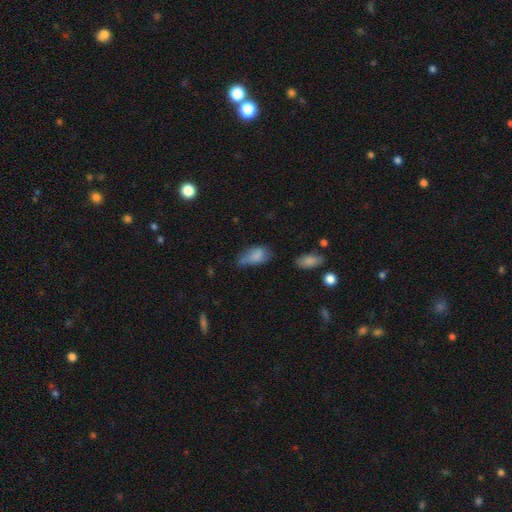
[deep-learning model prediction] Smooth or featured? smooth (78%)
How rounded? in between (89%)
Merging? minor disturbance (41%)